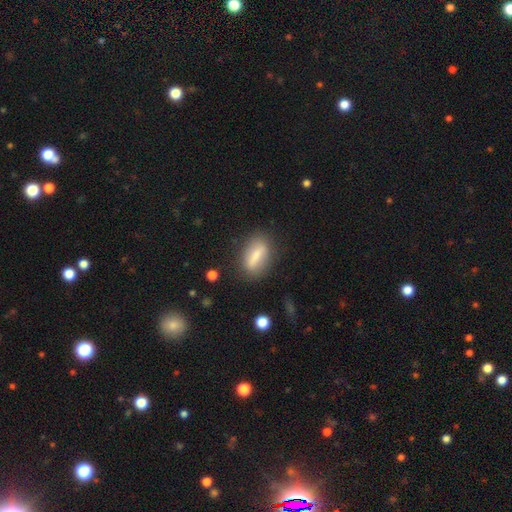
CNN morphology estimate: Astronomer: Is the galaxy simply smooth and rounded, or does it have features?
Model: smooth — 68%.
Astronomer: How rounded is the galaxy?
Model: in between — 68%.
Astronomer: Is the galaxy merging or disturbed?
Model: none — 81%.